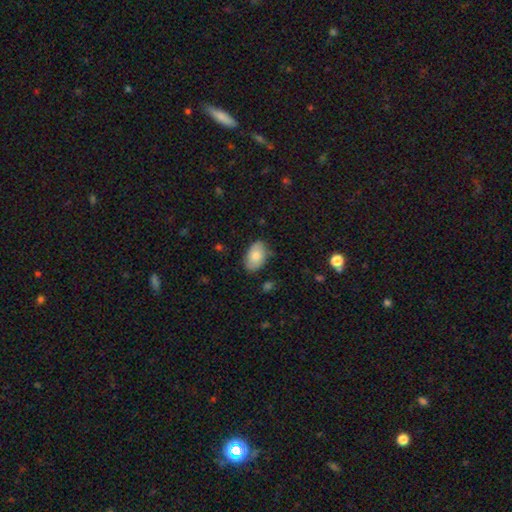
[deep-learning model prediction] Smooth or featured: smooth — 79% (featured or disk — 15%)
How rounded: in between — 92% (round — 7%)
Merging: none — 77% (minor disturbance — 18%)